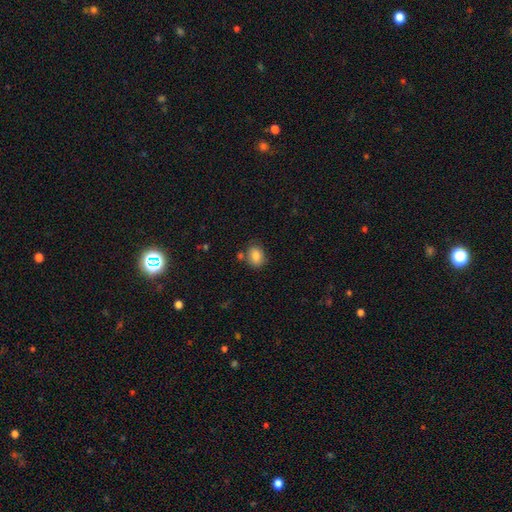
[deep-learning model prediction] This is clearly a smooth galaxy (84%). How rounded: possibly in between (57%). Merging: likely none (74%).